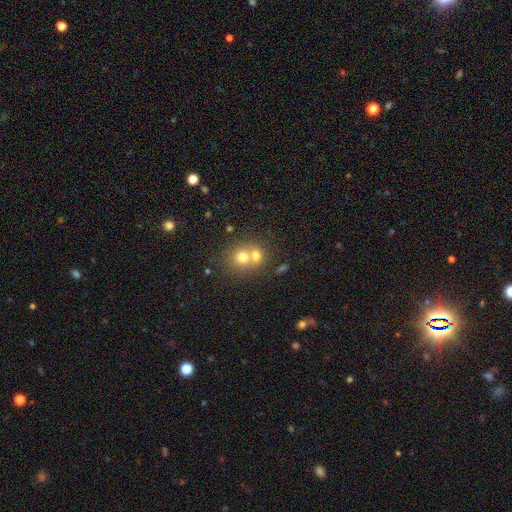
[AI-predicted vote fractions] Q: Smooth or featured?
A: smooth (70%); runner-up: featured or disk (18%)
Q: How rounded?
A: round (75%); runner-up: in between (24%)
Q: Merging?
A: merger (60%); runner-up: none (31%)